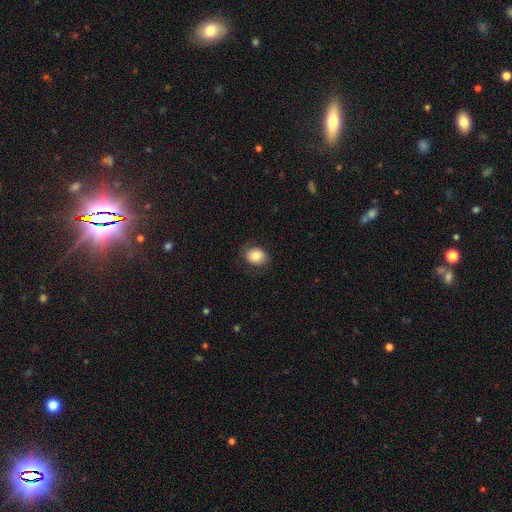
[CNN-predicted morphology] smooth-or-featured: smooth: 81% | featured or disk: 11% | star or artifact: 8%
  how-rounded: in between: 53% | round: 46% | cigar-shaped: 1%
  merging: none: 80% | minor disturbance: 15% | major disturbance: 4% | merger: 1%